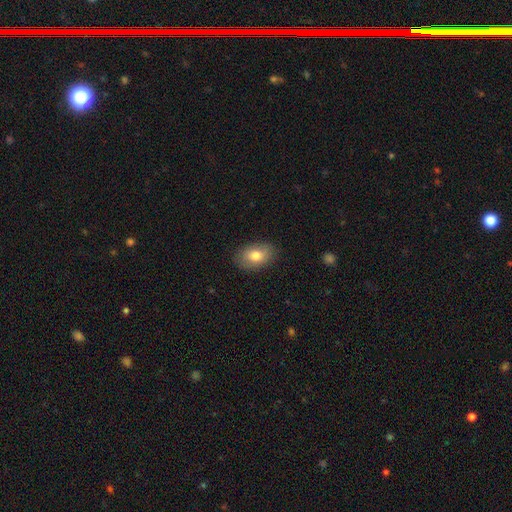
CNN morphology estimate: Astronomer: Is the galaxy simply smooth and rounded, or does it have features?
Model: smooth — 77%.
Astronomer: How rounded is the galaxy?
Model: in between — 86%.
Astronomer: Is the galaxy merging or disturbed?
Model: none — 84%.